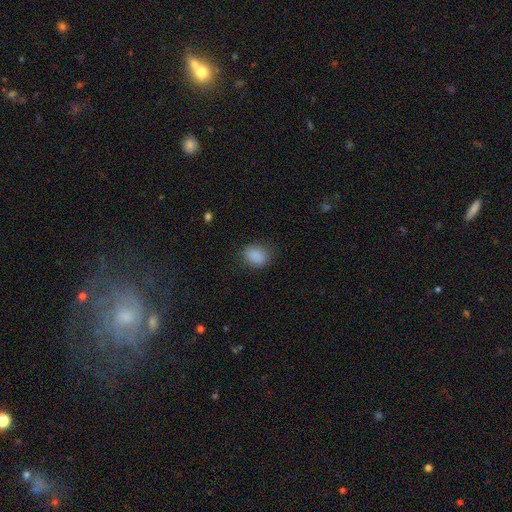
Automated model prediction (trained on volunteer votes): A smooth galaxy with no disk features (87%) that is in between round and cigar-shaped (59%).

Vote fractions:
- Smooth or featured? smooth: 87% / star or artifact: 9% / featured or disk: 4%
- How rounded? in between: 59% / round: 40% / cigar-shaped: 1%
- Merging? none: 80% / minor disturbance: 14% / major disturbance: 4% / merger: 1%